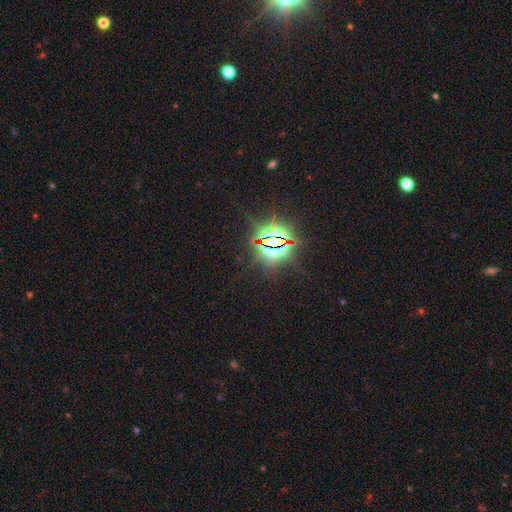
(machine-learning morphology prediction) Overall: star or artifact (86%).